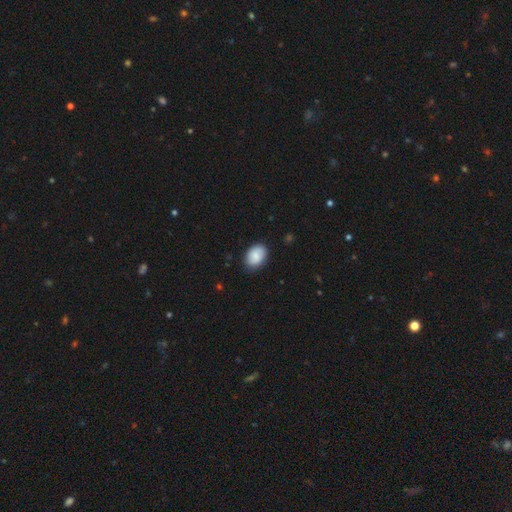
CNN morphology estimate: smooth_or_featured: smooth (p=0.81) [alt: featured or disk p=0.12]
how_rounded: in between (p=0.78) [alt: round p=0.21]
merging: none (p=0.82) [alt: minor disturbance p=0.14]